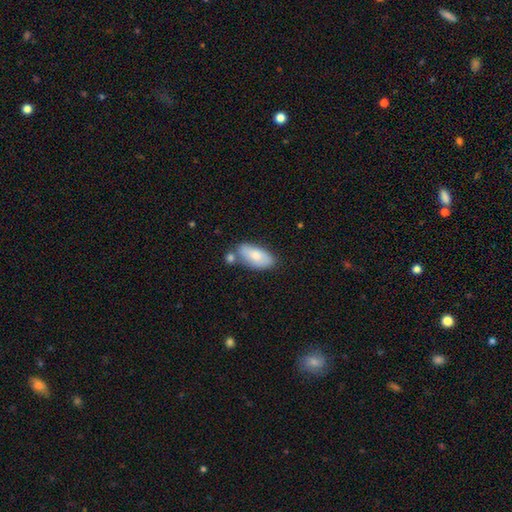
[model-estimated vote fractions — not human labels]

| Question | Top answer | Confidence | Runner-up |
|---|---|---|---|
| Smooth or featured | smooth | 76% | featured or disk (18%) |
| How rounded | in between | 90% | cigar-shaped (7%) |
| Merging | none | 58% | merger (19%) |